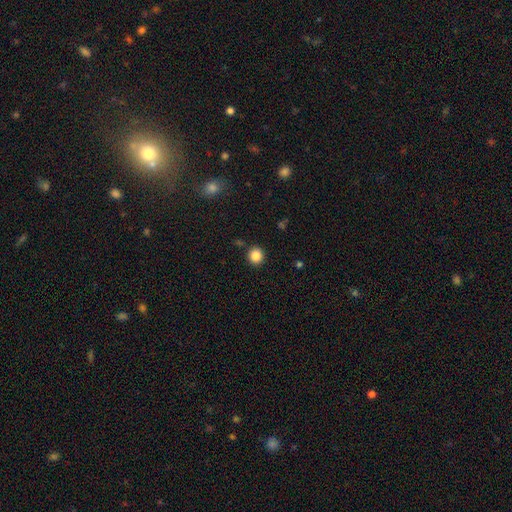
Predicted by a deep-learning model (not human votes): Q: Smooth or featured?
A: smooth (86%); runner-up: star or artifact (10%)
Q: How rounded?
A: round (90%); runner-up: in between (9%)
Q: Merging?
A: none (89%); runner-up: minor disturbance (6%)